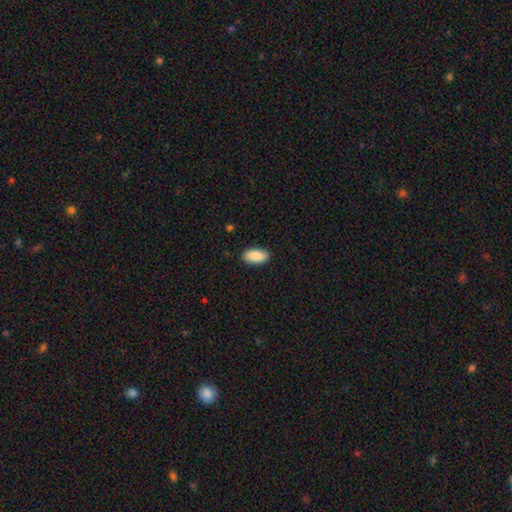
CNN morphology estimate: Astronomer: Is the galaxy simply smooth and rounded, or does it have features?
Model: smooth — 90%.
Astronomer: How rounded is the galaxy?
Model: in between — 93%.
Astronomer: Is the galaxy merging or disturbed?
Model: none — 89%.